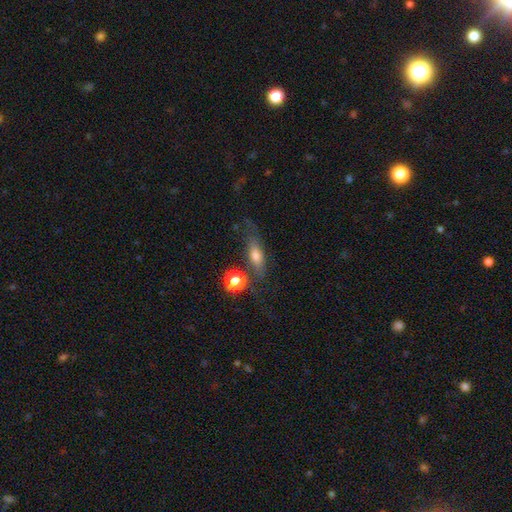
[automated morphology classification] Smooth or featured? Predicted: smooth (p=0.63). How rounded? Predicted: in between (p=0.54). Merging? Predicted: none (p=0.60).